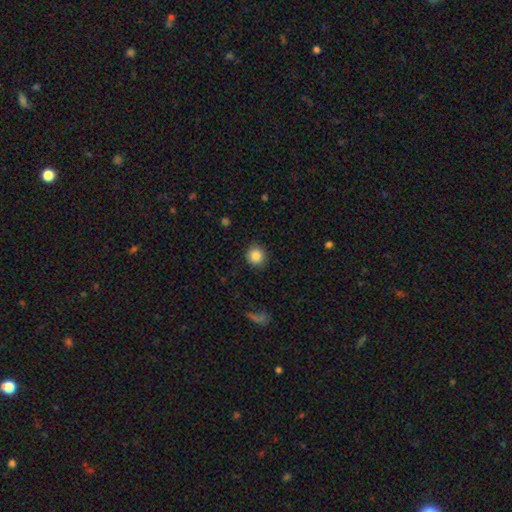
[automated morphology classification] Overall: smooth (86%). How rounded: round (90%). Merging: none (91%).